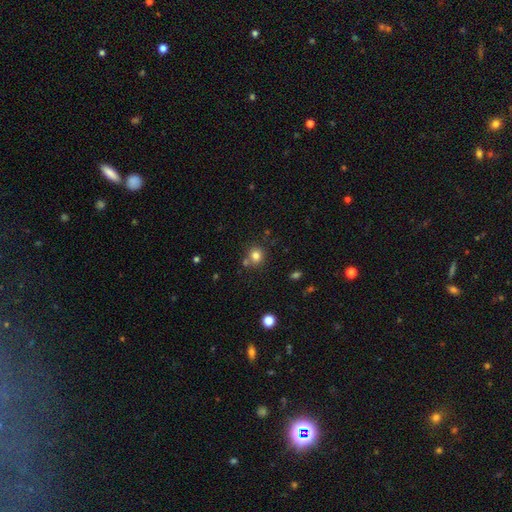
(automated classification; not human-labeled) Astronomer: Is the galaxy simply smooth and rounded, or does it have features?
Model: smooth — 80%.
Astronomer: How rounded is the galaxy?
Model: round — 87%.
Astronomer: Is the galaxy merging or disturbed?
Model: none — 73%.